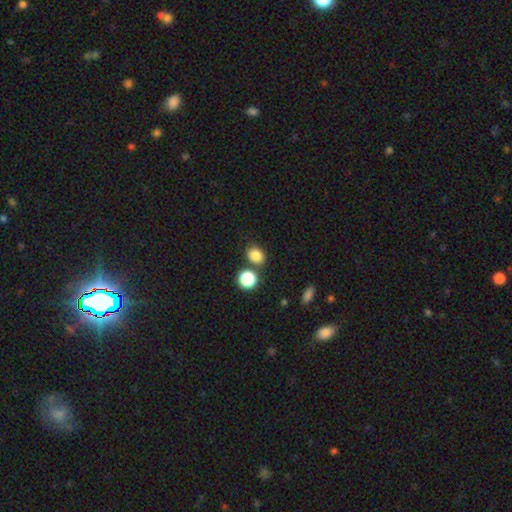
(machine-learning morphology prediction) Smooth or featured: smooth — 83% (star or artifact — 12%)
How rounded: in between — 52% (round — 47%)
Merging: none — 72% (merger — 13%)